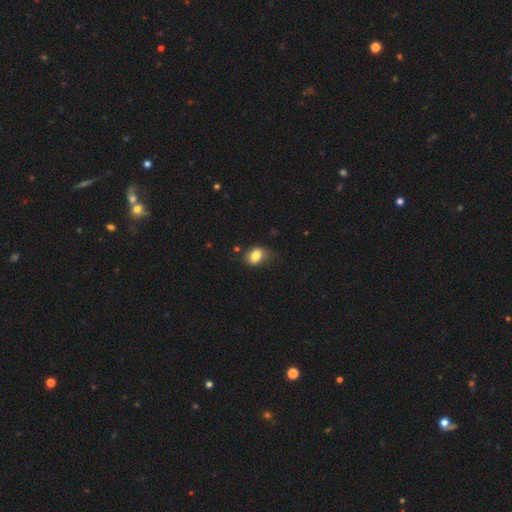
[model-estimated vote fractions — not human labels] smooth 81%, featured or disk 10%, star or artifact 9%. Down the decision tree: how rounded — in between (70%); merging — none (60%).